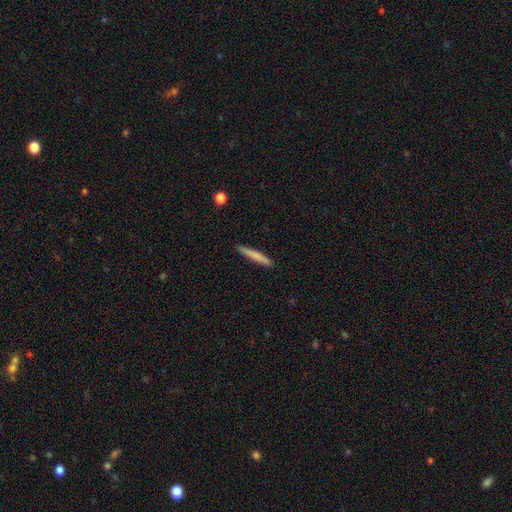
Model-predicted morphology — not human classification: Overall: smooth (76%). How rounded: cigar-shaped (95%). Merging: none (90%).